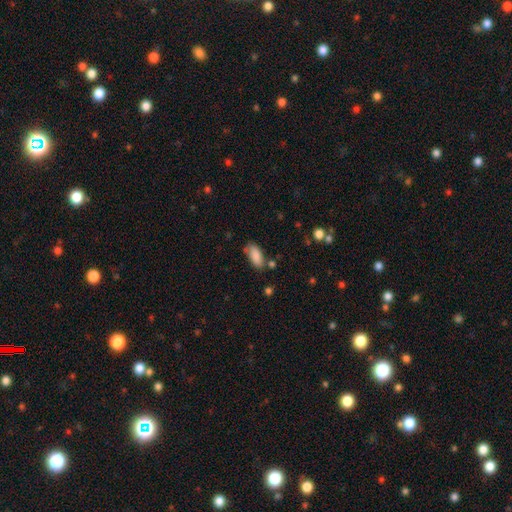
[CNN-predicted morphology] Smooth or featured? Predicted: smooth (p=0.87). How rounded? Predicted: in between (p=0.88). Merging? Predicted: none (p=0.68).